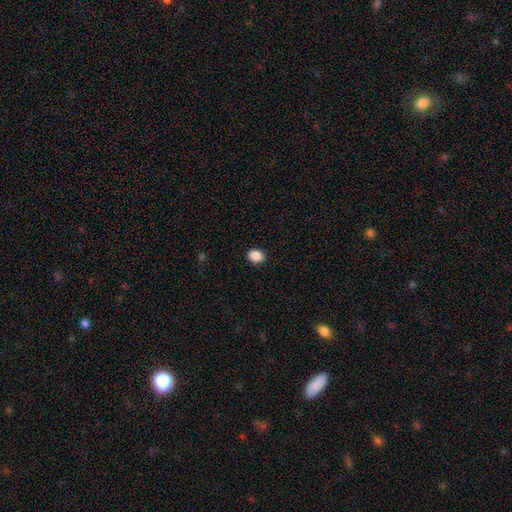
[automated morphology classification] Smooth or featured: smooth — 89% (star or artifact — 9%)
How rounded: round — 52% (in between — 48%)
Merging: none — 91% (minor disturbance — 7%)